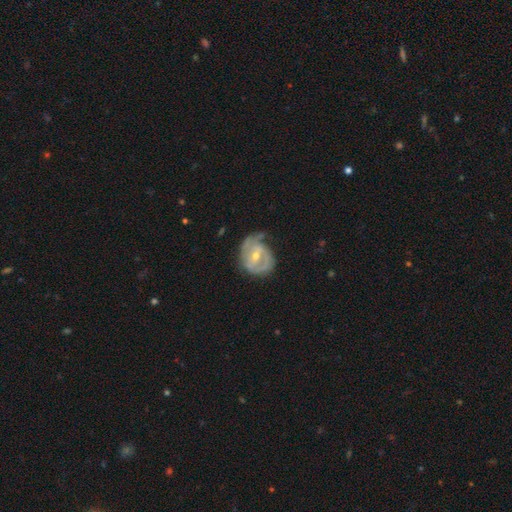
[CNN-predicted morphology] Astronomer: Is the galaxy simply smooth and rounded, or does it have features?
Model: featured or disk — 80%.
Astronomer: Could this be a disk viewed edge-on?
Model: no — 97%.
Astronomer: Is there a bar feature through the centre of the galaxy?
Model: weak — 48% (runner-up: no, 30%).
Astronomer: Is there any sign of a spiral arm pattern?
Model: yes — 87%.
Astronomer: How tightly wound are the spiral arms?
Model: tight — 45% (runner-up: medium, 39%).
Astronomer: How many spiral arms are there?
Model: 2 — 54%.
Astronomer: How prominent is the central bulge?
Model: moderate — 50% (runner-up: small, 46%).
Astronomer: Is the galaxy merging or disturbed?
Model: none — 49% (runner-up: minor disturbance, 31%).